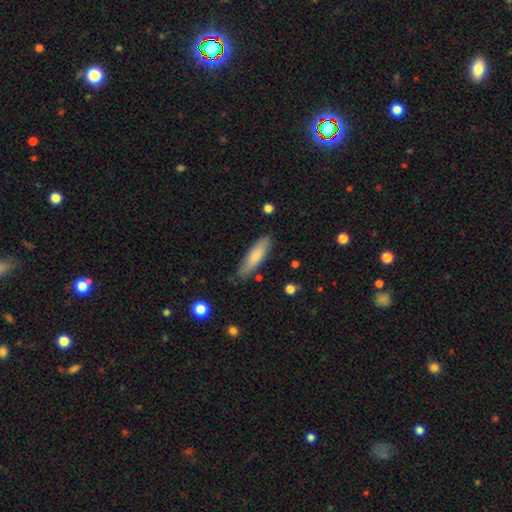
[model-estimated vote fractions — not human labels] Overall: smooth (79%). How rounded: cigar-shaped (62%; in between 36%). Merging: none (81%).